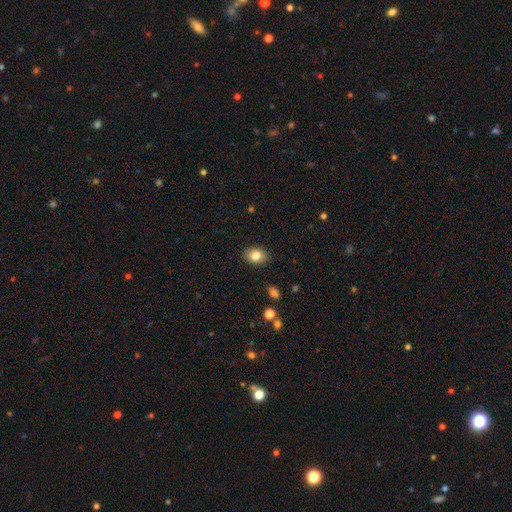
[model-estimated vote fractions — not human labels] This is clearly a smooth galaxy (82%). How rounded: likely in between (70%). Merging: clearly none (89%).